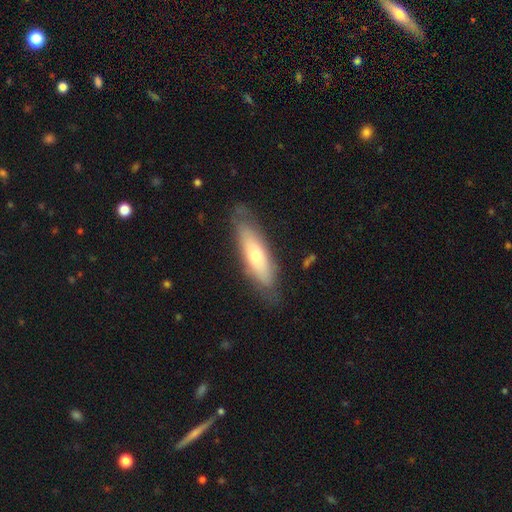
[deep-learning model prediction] Smooth or featured?
  - smooth: 52% *
  - featured or disk: 42%
  - star or artifact: 6%
How rounded?
  - cigar-shaped: 56% *
  - in between: 42%
  - round: 2%
Merging?
  - none: 76% *
  - minor disturbance: 18%
  - major disturbance: 5%
  - merger: 1%